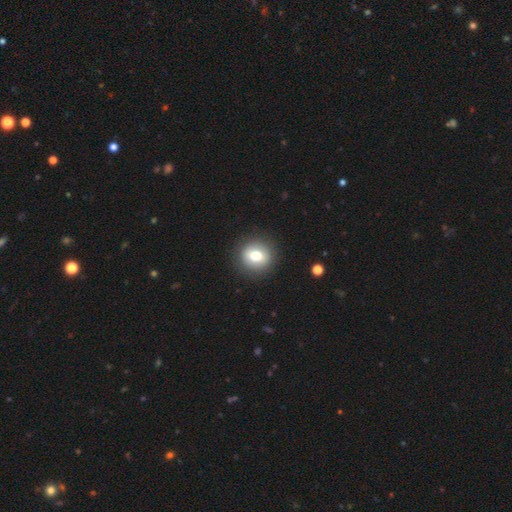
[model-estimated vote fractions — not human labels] The model was most divided on "smooth or featured": smooth: 73%, featured or disk: 18%, star or artifact: 9%. More confident: merging — none (90%); how rounded — round (85%).